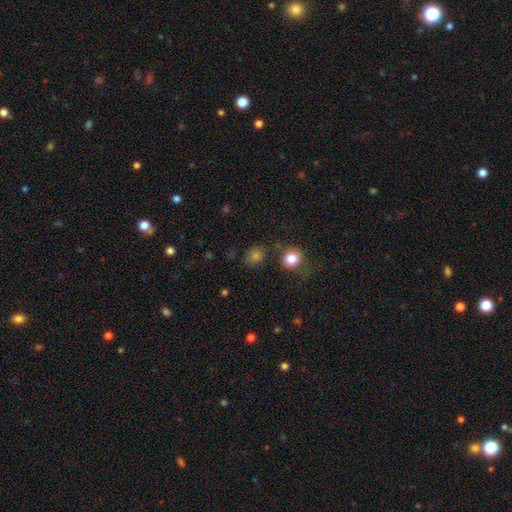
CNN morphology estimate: Smooth or featured? smooth (71%)
How rounded? round (82%)
Merging? none (79%)